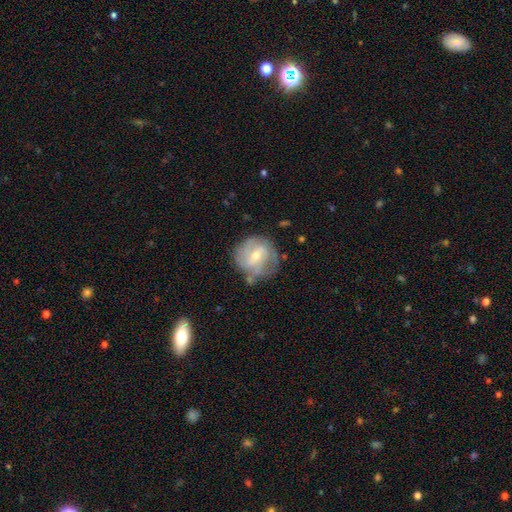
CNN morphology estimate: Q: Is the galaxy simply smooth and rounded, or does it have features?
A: featured or disk — 66%.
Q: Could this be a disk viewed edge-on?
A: no — 97%.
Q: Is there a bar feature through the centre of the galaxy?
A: weak — 51%.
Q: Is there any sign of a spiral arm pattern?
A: yes — 79%.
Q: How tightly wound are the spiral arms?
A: tight — 45%.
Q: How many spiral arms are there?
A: can't tell — 38%.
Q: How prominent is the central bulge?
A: small — 49%.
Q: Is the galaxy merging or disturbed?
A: none — 65%.